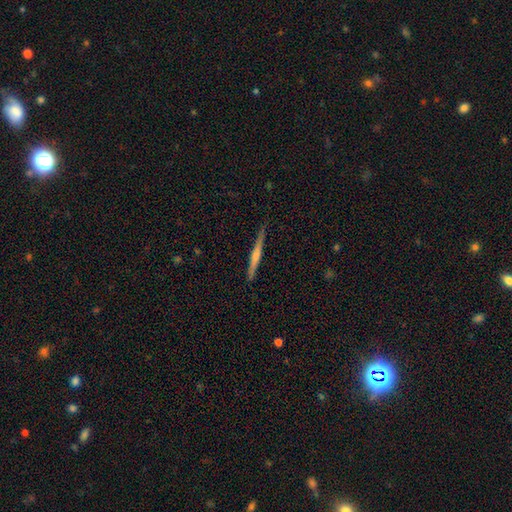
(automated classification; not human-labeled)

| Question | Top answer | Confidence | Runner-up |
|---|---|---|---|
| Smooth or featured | featured or disk | 59% | smooth (35%) |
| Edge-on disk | yes | 98% | no (2%) |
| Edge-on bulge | rounded | 60% | none (31%) |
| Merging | none | 88% | minor disturbance (10%) |